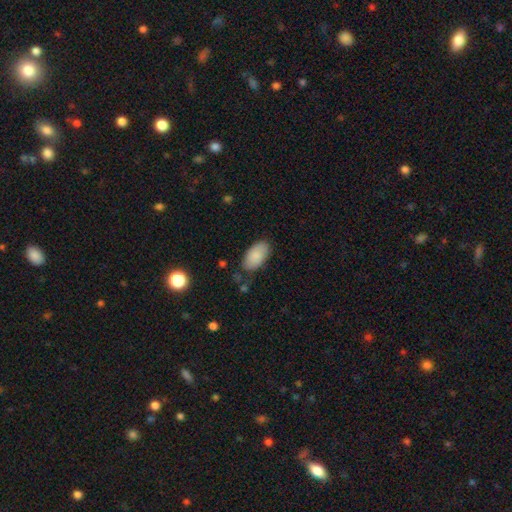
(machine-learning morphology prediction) A smooth galaxy with no disk features (87%) that is in between round and cigar-shaped (95%). Merging: none (76%).